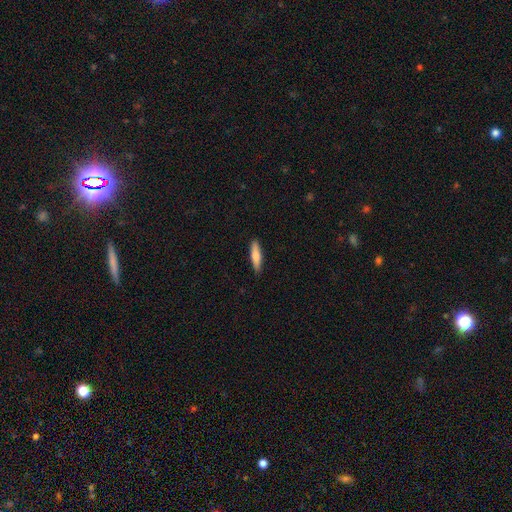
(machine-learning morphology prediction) A smooth galaxy with no disk features (72%) that is cigar-shaped (75%). Merging: none (89%).